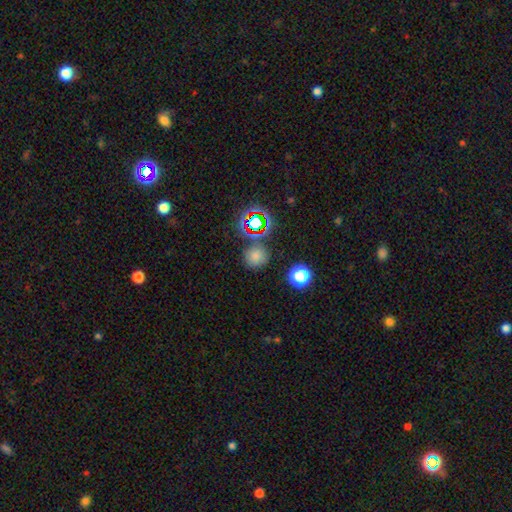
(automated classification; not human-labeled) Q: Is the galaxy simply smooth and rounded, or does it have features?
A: smooth — 71%.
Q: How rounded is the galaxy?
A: round — 90%.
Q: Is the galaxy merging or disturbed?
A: none — 78%.